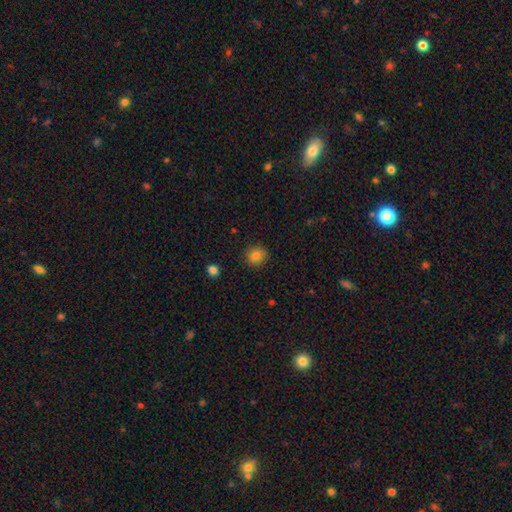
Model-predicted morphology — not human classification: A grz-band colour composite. It shows a smooth galaxy with no disk features (83%) that is round (87%). Merging: none (87%).